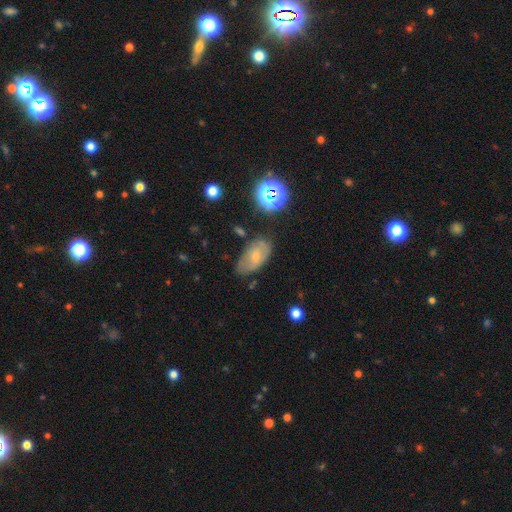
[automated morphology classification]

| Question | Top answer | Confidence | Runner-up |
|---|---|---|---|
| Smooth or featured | smooth | 55% | featured or disk (33%) |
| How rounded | in between | 91% | round (7%) |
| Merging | none | 60% | minor disturbance (28%) |